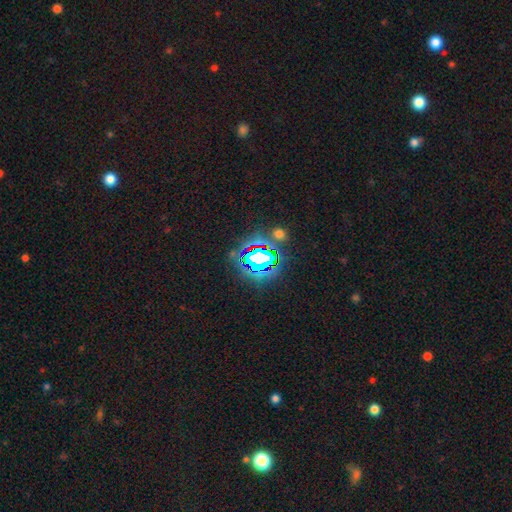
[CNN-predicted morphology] Smooth or featured: star or artifact — 70% (smooth — 18%)